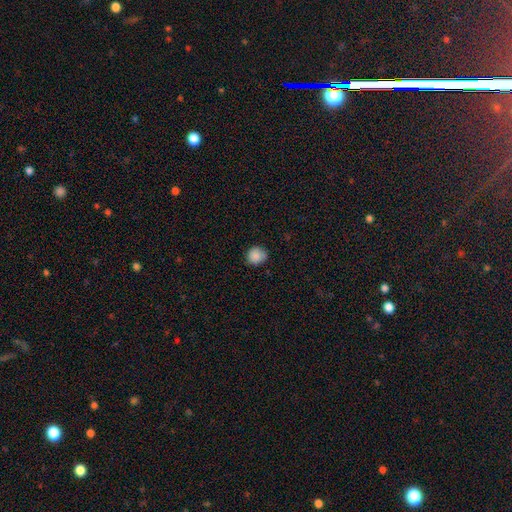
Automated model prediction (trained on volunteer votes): Overall: smooth (87%). How rounded: round (83%). Merging: none (78%).